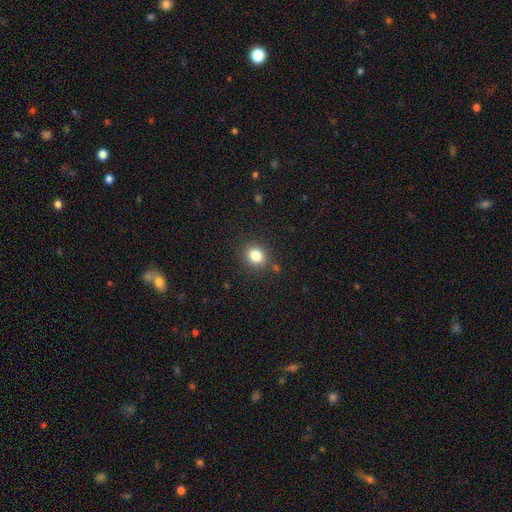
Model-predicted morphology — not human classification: Overall: smooth (82%). How rounded: round (63%; in between 36%). Merging: none (86%).